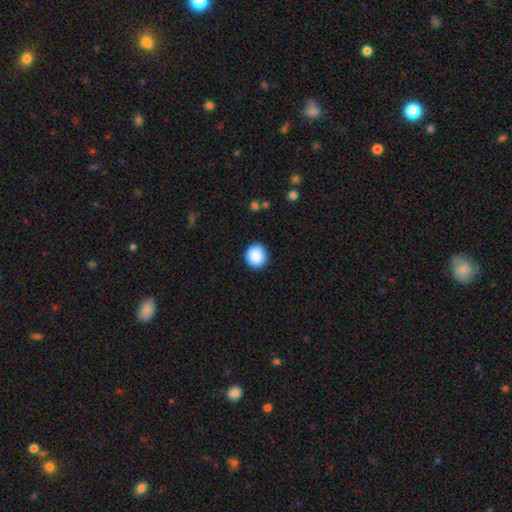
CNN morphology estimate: A smooth galaxy with no disk features (89%) that is round (90%). Merging: none (90%).